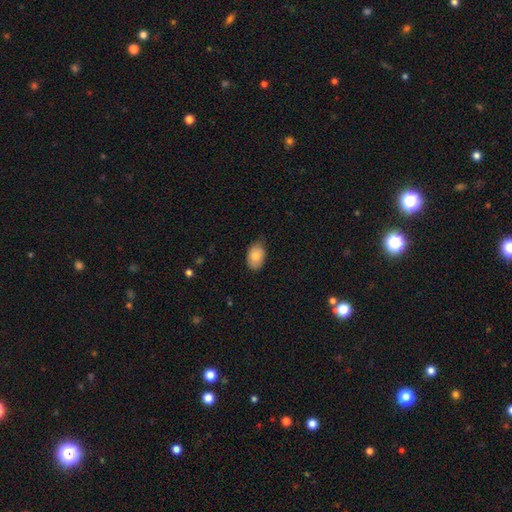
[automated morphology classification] Overall: smooth (83%). How rounded: in between (88%). Merging: none (70%).